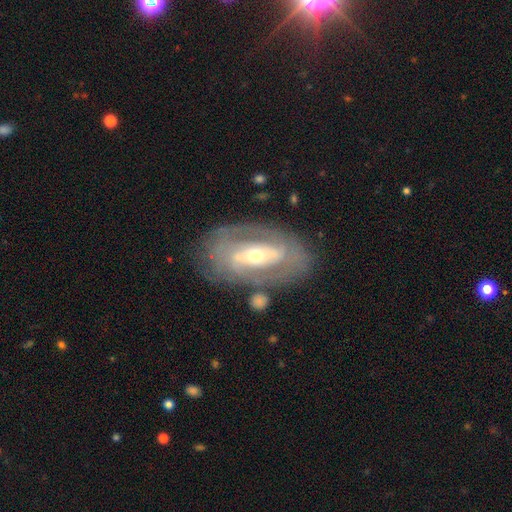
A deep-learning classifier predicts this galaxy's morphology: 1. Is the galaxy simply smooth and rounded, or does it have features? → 82% featured or disk, 12% smooth, 5% star or artifact.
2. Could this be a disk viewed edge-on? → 93% no, 7% yes.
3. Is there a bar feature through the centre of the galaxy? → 43% strong, 32% weak, 25% no.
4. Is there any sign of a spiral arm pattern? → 80% yes, 20% no.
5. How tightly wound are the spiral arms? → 51% tight, 36% medium, 14% loose.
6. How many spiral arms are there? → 66% 2, 21% can't tell, 6% 3, 3% 1, 2% 4, 2% more than 4.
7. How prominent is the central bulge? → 54% moderate, 40% small, 4% large, 1% dominant, 1% none.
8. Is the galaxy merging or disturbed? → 74% none, 15% minor disturbance, 7% major disturbance, 4% merger.